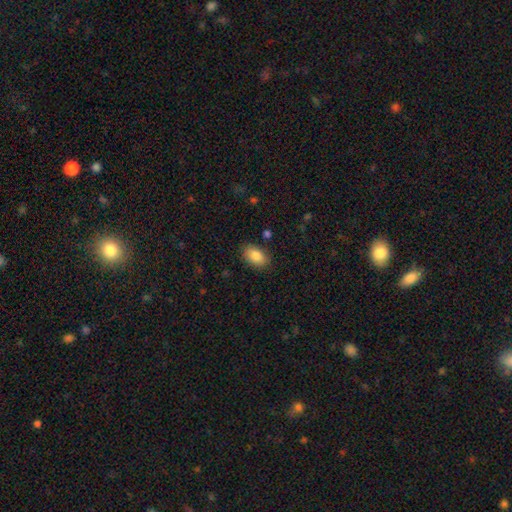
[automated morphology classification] type=smooth (86%); roundness=in between (91%); merging=none (86%).